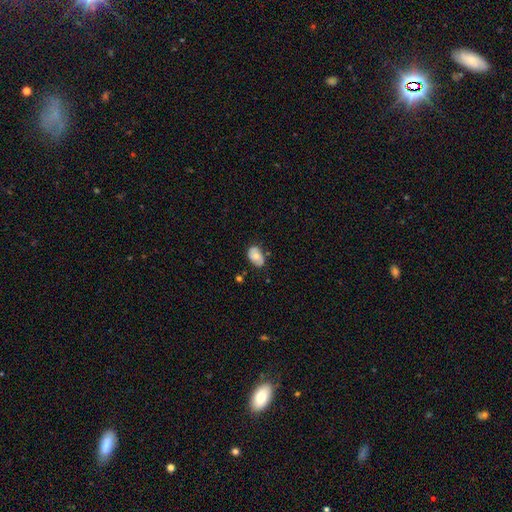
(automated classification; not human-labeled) Q: Smooth or featured?
A: smooth (63%); runner-up: featured or disk (30%)
Q: How rounded?
A: in between (89%); runner-up: round (10%)
Q: Merging?
A: none (64%); runner-up: minor disturbance (27%)